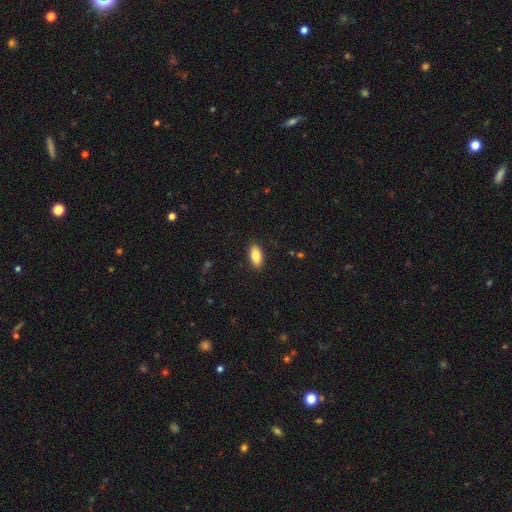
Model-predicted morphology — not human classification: Smooth or featured? smooth (83%)
How rounded? in between (90%)
Merging? none (89%)